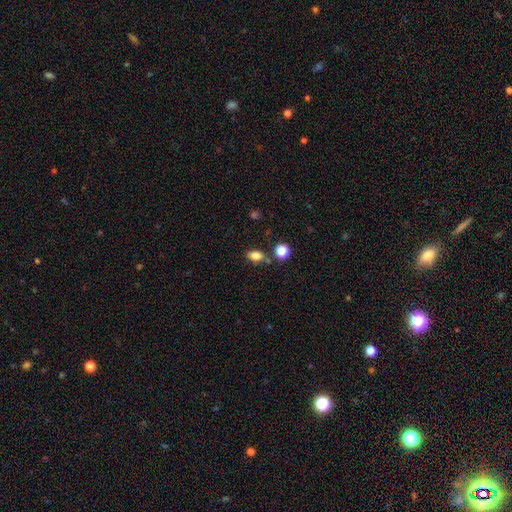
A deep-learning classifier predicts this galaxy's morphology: Smooth or featured: smooth — 79% (star or artifact — 12%)
How rounded: in between — 78% (round — 18%)
Merging: none — 73% (minor disturbance — 13%)